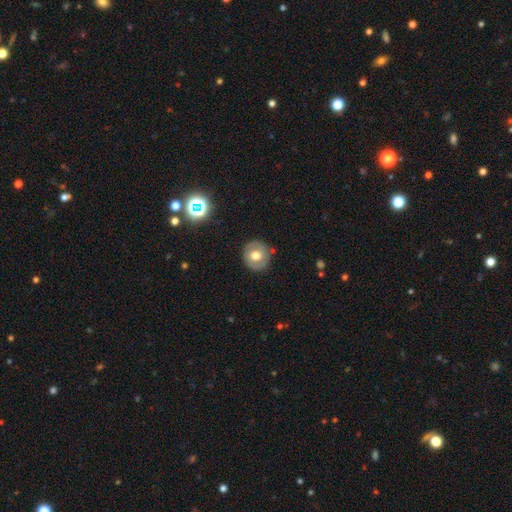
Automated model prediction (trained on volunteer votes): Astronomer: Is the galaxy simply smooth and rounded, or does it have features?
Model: smooth — 57% (runner-up: featured or disk, 34%).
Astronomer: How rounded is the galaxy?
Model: round — 89%.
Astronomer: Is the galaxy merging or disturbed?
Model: none — 86%.